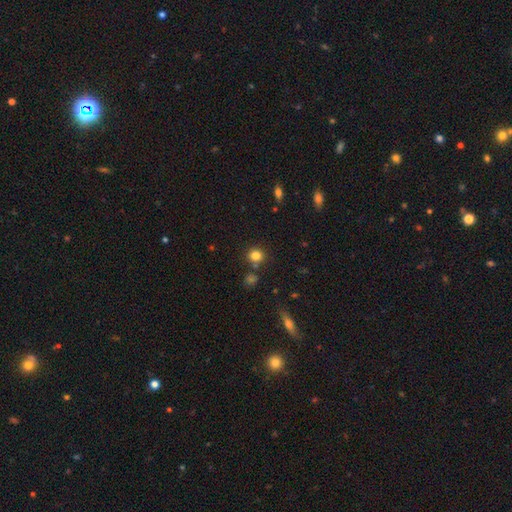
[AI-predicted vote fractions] smooth_or_featured: smooth (p=0.81) [alt: star or artifact p=0.13]
how_rounded: round (p=0.87) [alt: in between p=0.12]
merging: none (p=0.79) [alt: merger p=0.10]